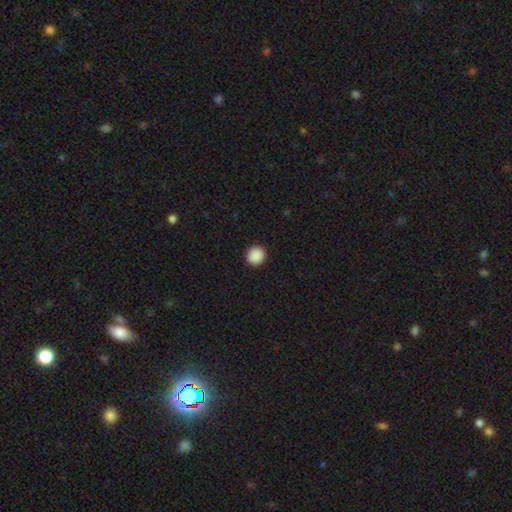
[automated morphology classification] type=smooth (90%); roundness=round (94%); merging=none (93%).